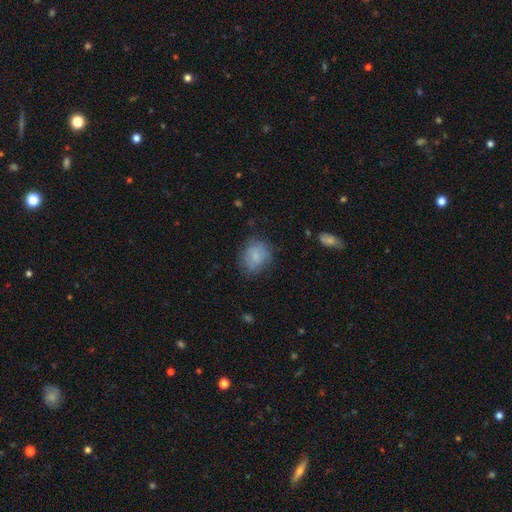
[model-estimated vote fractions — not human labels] Smooth or featured?
  - smooth: 74% *
  - featured or disk: 18%
  - star or artifact: 9%
How rounded?
  - round: 54% *
  - in between: 45%
  - cigar-shaped: 1%
Merging?
  - none: 69% *
  - minor disturbance: 21%
  - major disturbance: 8%
  - merger: 2%